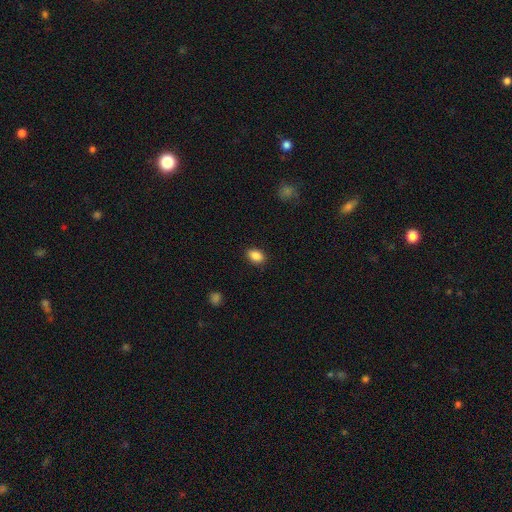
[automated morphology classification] This appears to be a smooth galaxy with no disk features (88%) that is in between round and cigar-shaped (76%). Merging: none (88%).